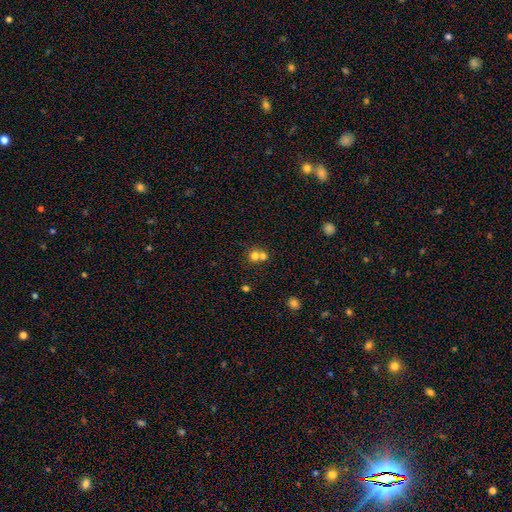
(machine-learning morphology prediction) Overall: smooth (73%). How rounded: round (86%). Merging: merger (54%; none 39%).